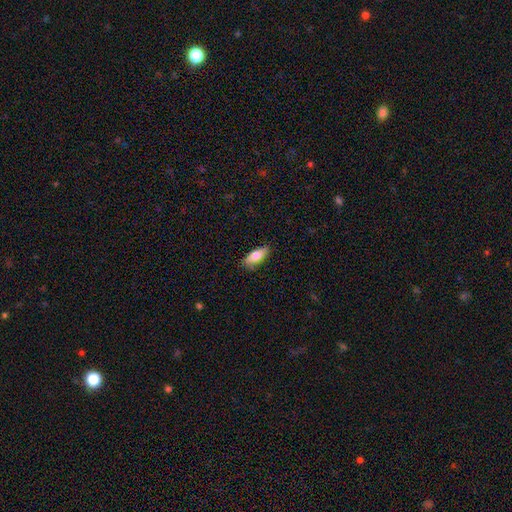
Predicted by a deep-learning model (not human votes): This is clearly a smooth galaxy (80%). How rounded: likely in between (78%). Merging: likely none (78%).